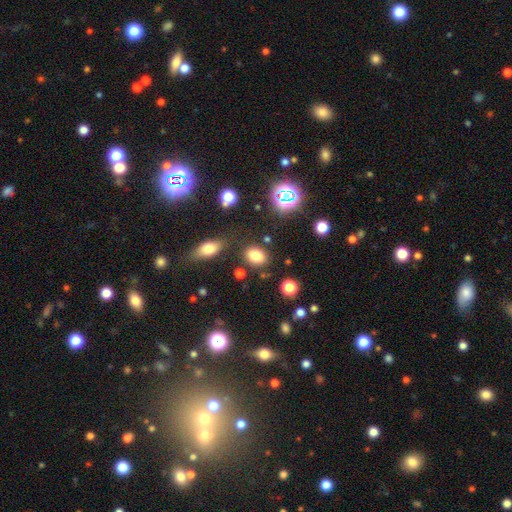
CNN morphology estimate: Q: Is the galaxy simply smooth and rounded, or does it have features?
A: smooth — 79%.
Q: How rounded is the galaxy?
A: in between — 69%.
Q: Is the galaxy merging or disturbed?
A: none — 79%.